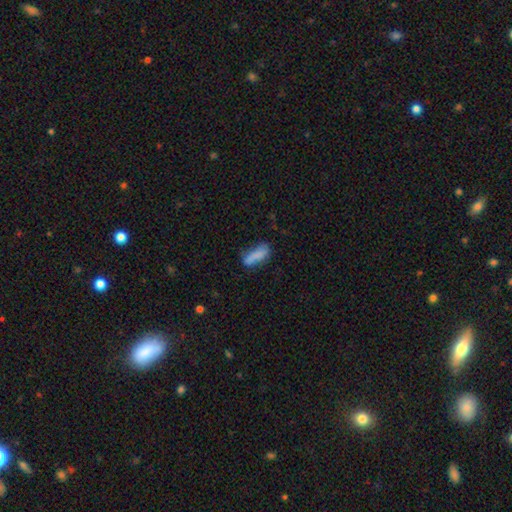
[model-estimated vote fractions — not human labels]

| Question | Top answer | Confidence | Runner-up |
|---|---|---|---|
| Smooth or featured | smooth | 78% | featured or disk (14%) |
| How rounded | in between | 50% | cigar-shaped (48%) |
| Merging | none | 52% | minor disturbance (29%) |